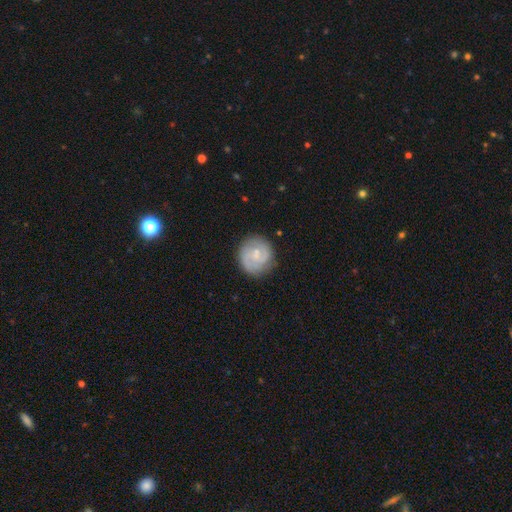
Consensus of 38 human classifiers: This is likely a featured or disk galaxy (71%). It is clearly not viewed edge-on (96%). Bar: possibly no (58%). Spiral arm pattern: clearly yes (92%). Spiral arm count: likely 2 (75%). Spiral winding: possibly medium (54%). Central bulge: possibly small (58%). Merging: likely none (74%).